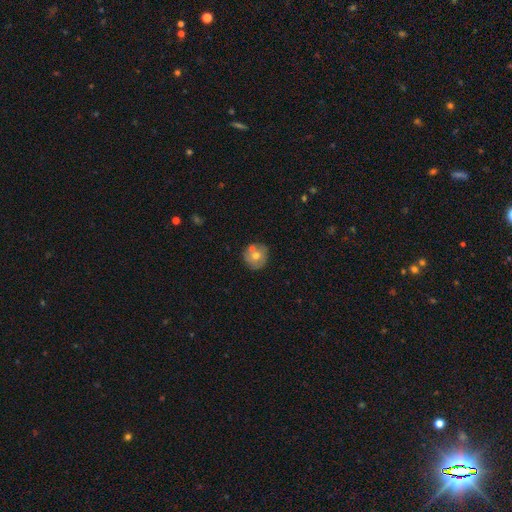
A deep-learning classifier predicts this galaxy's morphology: smooth_or_featured: smooth (p=0.65) [alt: featured or disk p=0.27]
how_rounded: round (p=0.92) [alt: in between p=0.07]
merging: none (p=0.66) [alt: merger p=0.19]